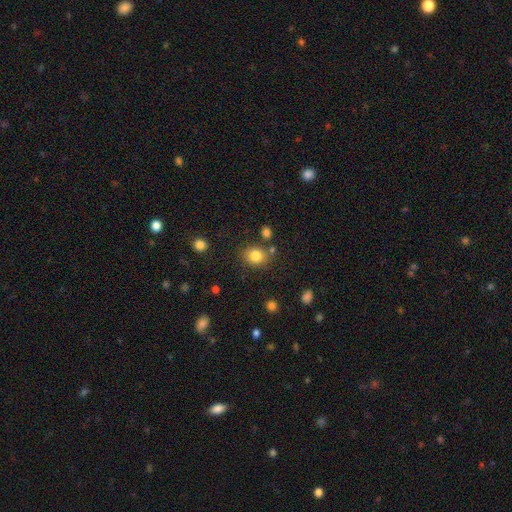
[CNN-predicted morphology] Smooth or featured? Predicted: smooth (p=0.83). How rounded? Predicted: round (p=0.59). Merging? Predicted: none (p=0.77).